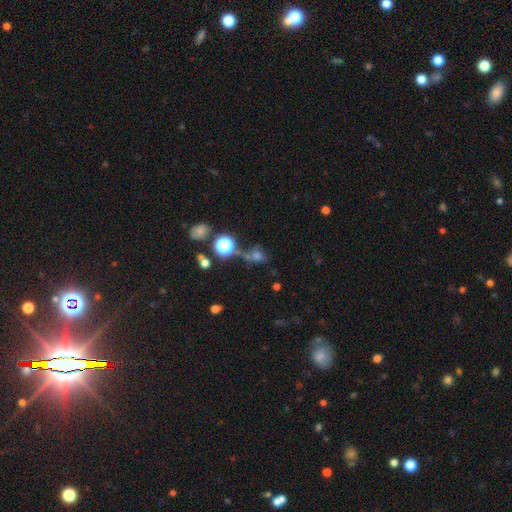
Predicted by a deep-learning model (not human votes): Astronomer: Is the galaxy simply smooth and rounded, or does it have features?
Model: star or artifact — 45% (runner-up: smooth, 40%).